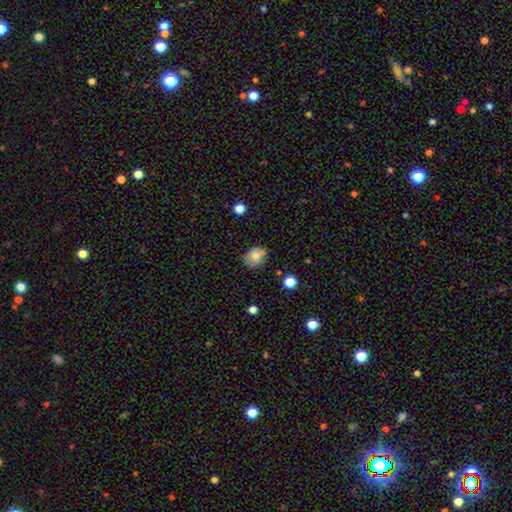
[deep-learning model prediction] Morphology: type=smooth (76%); roundness=round (59%); merging=none (63%).